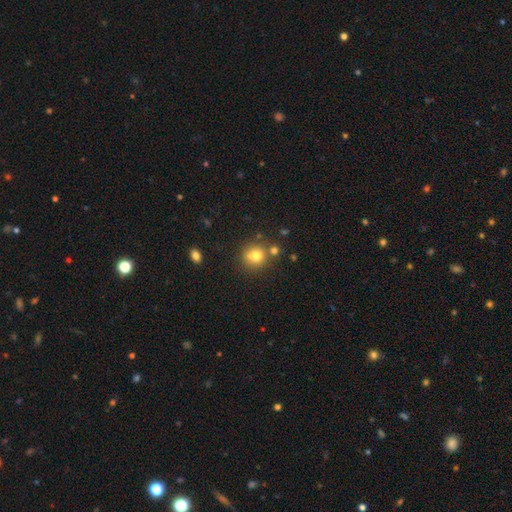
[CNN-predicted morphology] This appears to be a smooth galaxy with no disk features (75%) that is round (85%). Merging: none (65%).